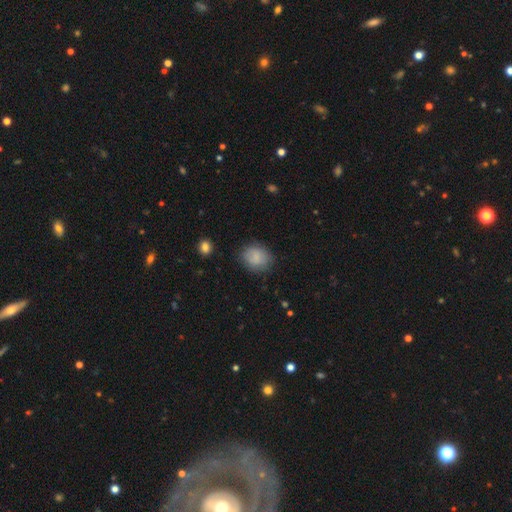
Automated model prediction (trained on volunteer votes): Smooth or featured? smooth (81%)
How rounded? round (65%)
Merging? none (77%)